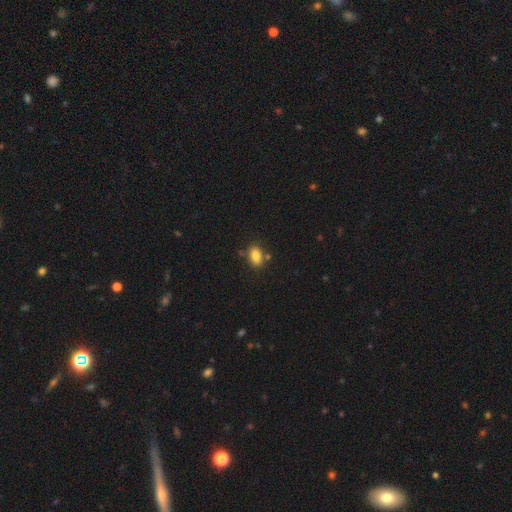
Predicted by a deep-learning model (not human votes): Morphology: type=smooth (85%); roundness=in between (86%); merging=none (75%).